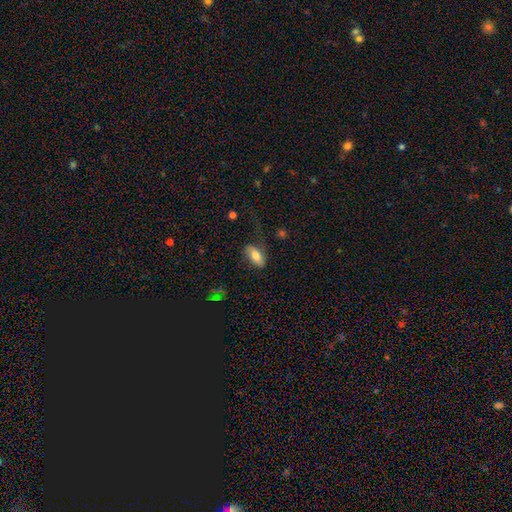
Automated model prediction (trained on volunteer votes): smooth_or_featured: smooth (p=0.71) [alt: featured or disk p=0.22]
how_rounded: in between (p=0.85) [alt: cigar-shaped p=0.12]
merging: none (p=0.53) [alt: minor disturbance p=0.25]